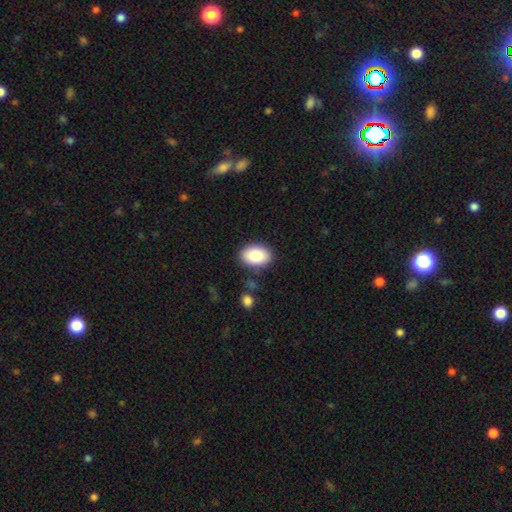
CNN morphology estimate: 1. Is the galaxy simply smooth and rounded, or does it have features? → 85% smooth, 8% featured or disk, 7% star or artifact.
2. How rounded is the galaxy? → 88% in between, 11% round, 1% cigar-shaped.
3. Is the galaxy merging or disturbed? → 85% none, 10% minor disturbance, 3% merger, 3% major disturbance.